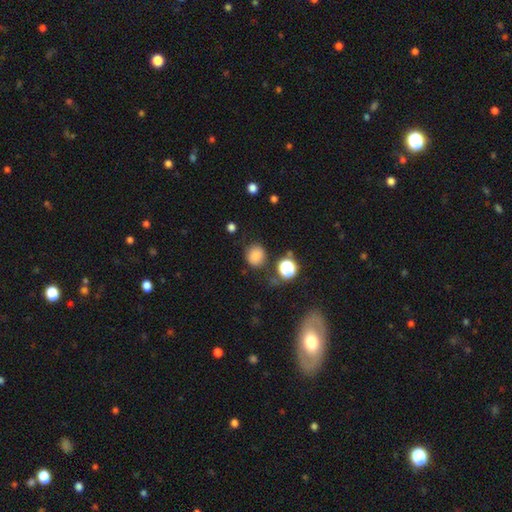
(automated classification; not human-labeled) smooth-or-featured: smooth: 79% | star or artifact: 14% | featured or disk: 6%
  how-rounded: round: 77% | in between: 22% | cigar-shaped: 1%
  merging: none: 77% | minor disturbance: 14% | major disturbance: 5% | merger: 4%